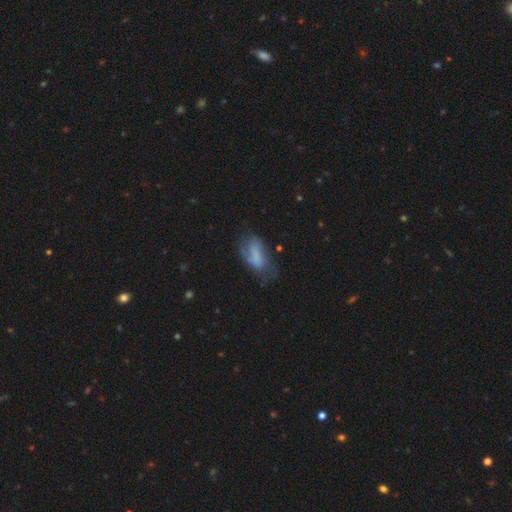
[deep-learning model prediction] A smooth galaxy with no disk features (46%). Merging: none (42%).